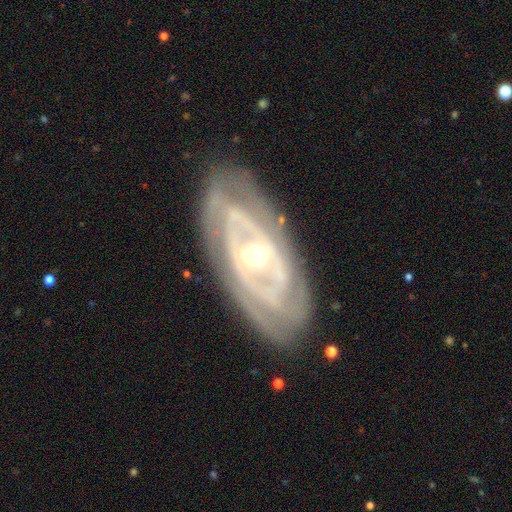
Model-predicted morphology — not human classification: The model was most divided on "spiral arm count": can't tell: 38%, 2: 28%, 3: 15%, 4: 8%, more than 4: 5%, 1: 5%. Remaining: edge-on disk — no (92%); spiral arms — yes (91%); smooth or featured — featured or disk (86%); merging — none (80%); spiral winding — tight (73%); bulge size — small (66%); bar — no (49%).